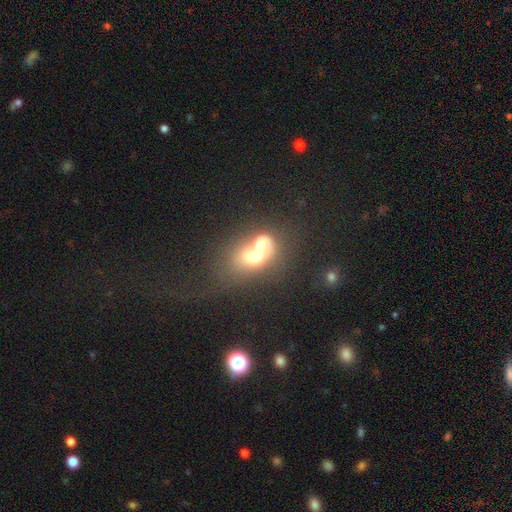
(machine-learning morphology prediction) smooth-or-featured: smooth: 54% | featured or disk: 35% | star or artifact: 11%
  how-rounded: in between: 58% | round: 40% | cigar-shaped: 2%
  merging: merger: 73% | none: 13% | major disturbance: 8% | minor disturbance: 6%